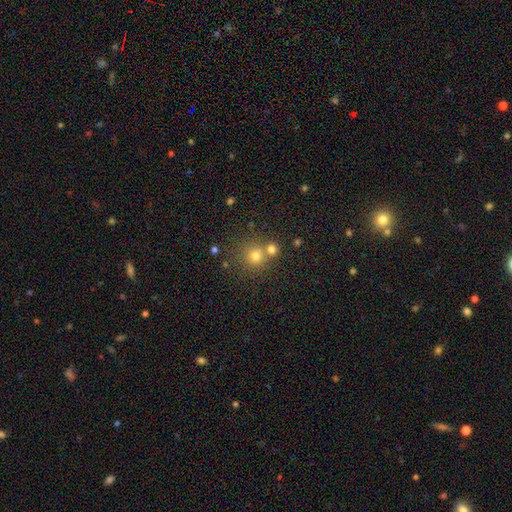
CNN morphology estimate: The model was most divided on "merging": none: 60%, merger: 30%, minor disturbance: 7%, major disturbance: 3%. More confident: how rounded — round (91%); smooth or featured — smooth (72%).